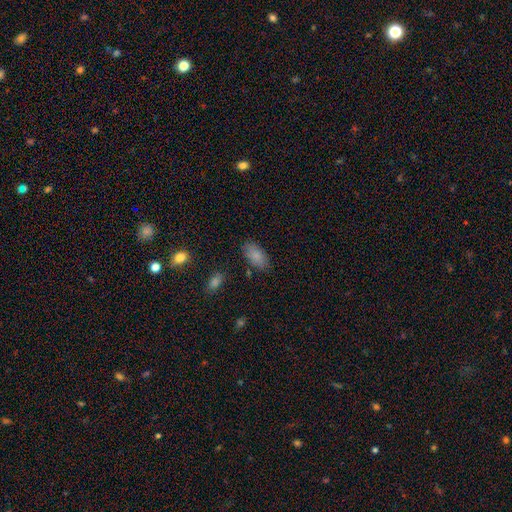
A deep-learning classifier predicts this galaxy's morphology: Smooth or featured? Predicted: smooth (p=0.85). How rounded? Predicted: in between (p=0.93). Merging? Predicted: none (p=0.81).